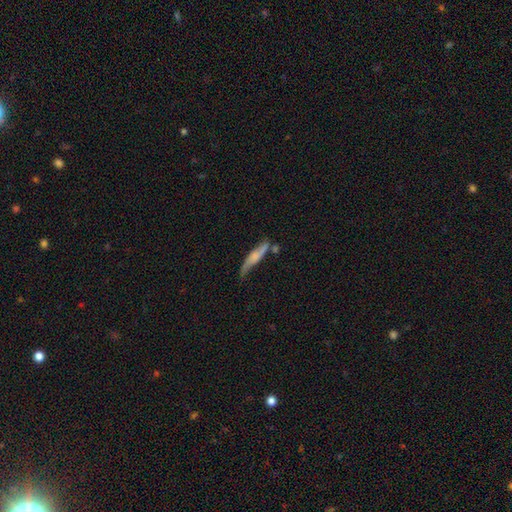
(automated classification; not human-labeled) This appears to be a featured or disk galaxy (47%). Merging: none (50%).